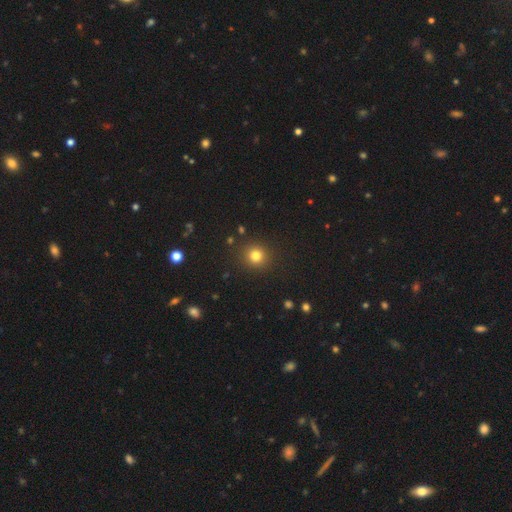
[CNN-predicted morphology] type=smooth (80%); roundness=round (91%); merging=none (90%).